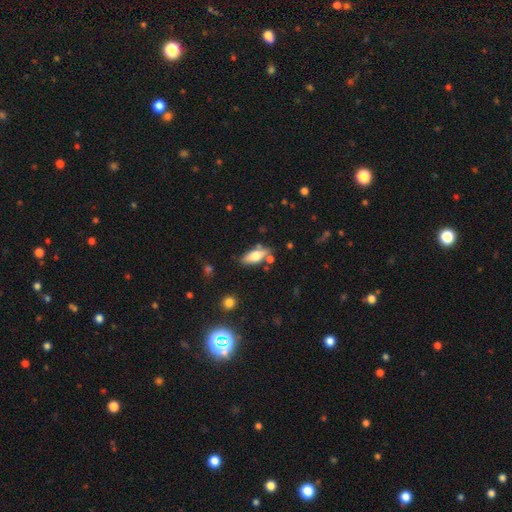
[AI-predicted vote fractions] The model was most divided on "smooth or featured": smooth: 65%, featured or disk: 28%, star or artifact: 7%. More confident: how rounded — in between (74%); merging — none (70%).